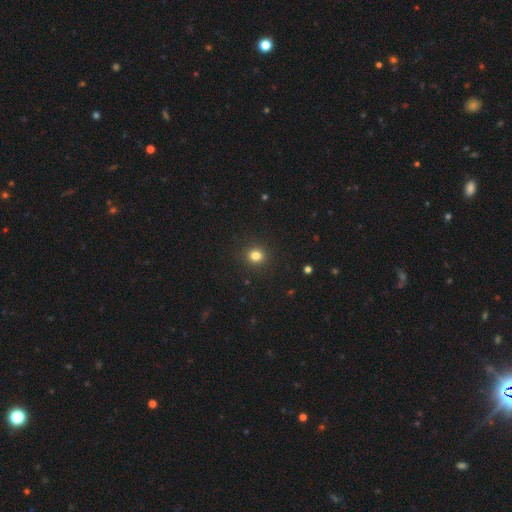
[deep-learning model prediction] smooth-or-featured: smooth: 82% | star or artifact: 13% | featured or disk: 5%
  how-rounded: round: 85% | in between: 14% | cigar-shaped: 1%
  merging: none: 91% | minor disturbance: 6% | major disturbance: 2% | merger: 1%